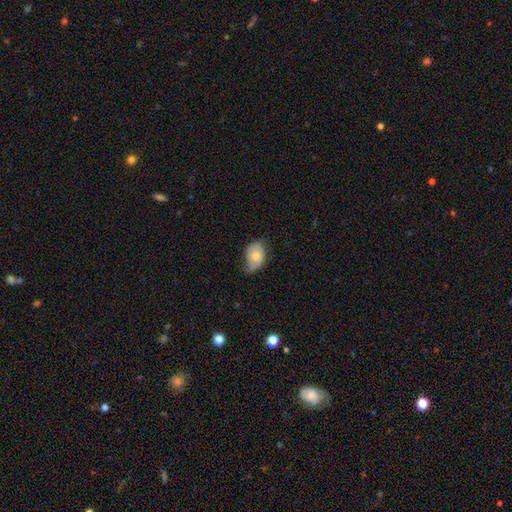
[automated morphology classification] Overall: smooth (56%; featured or disk 37%). How rounded: in between (82%). Merging: none (43%; minor disturbance 40%).